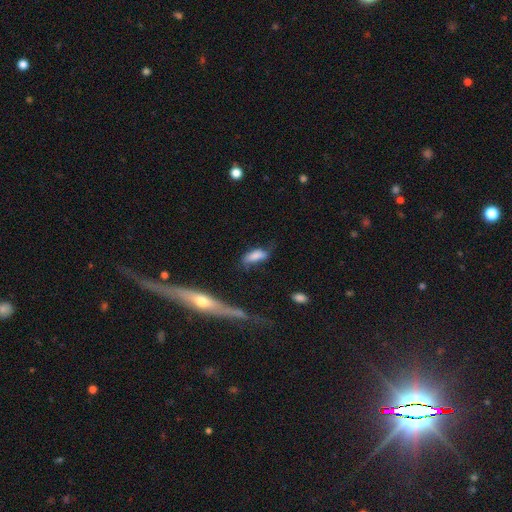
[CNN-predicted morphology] Q: Smooth or featured?
A: smooth (79%); runner-up: featured or disk (13%)
Q: How rounded?
A: in between (77%); runner-up: cigar-shaped (20%)
Q: Merging?
A: none (47%); runner-up: minor disturbance (33%)